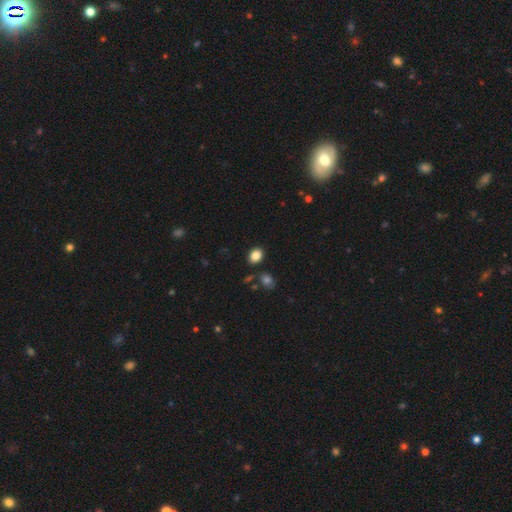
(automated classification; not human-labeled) A smooth galaxy with no disk features (85%) that is in between round and cigar-shaped (53%).

Vote fractions:
- Smooth or featured? smooth: 85% / star or artifact: 10% / featured or disk: 5%
- How rounded? in between: 53% / round: 46% / cigar-shaped: 1%
- Merging? none: 85% / minor disturbance: 9% / merger: 4% / major disturbance: 2%